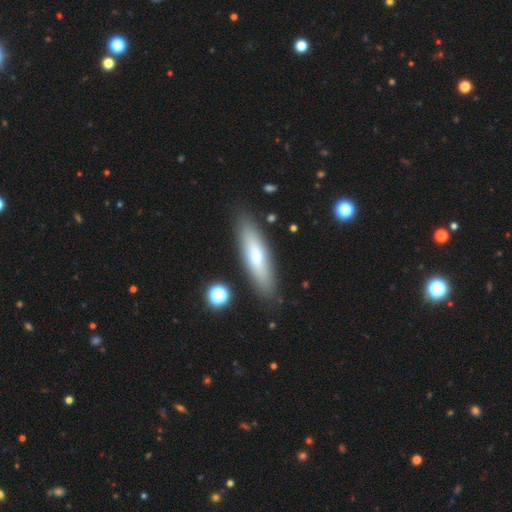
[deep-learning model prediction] smooth 58%, featured or disk 35%, star or artifact 7%. Down the decision tree: how rounded — cigar-shaped (61%); merging — none (86%).